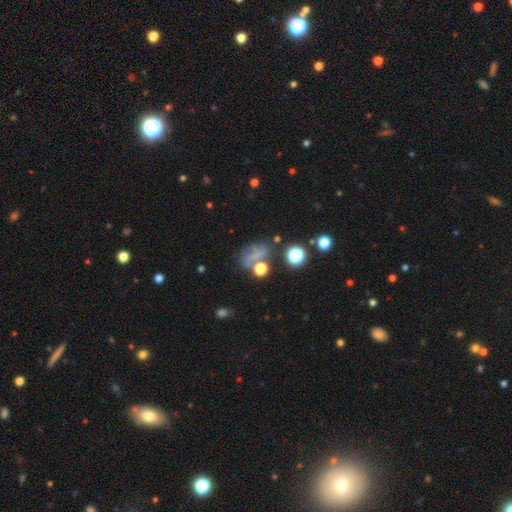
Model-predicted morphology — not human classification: Smooth or featured? Predicted: smooth (p=0.45). Merging? Predicted: none (p=0.46).